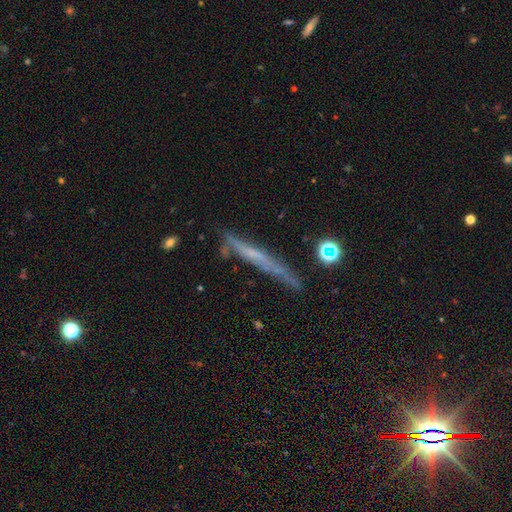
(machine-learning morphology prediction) Q: Smooth or featured?
A: featured or disk (51%); runner-up: smooth (37%)
Q: Edge-on disk?
A: yes (87%); runner-up: no (13%)
Q: Merging?
A: none (65%); runner-up: minor disturbance (23%)